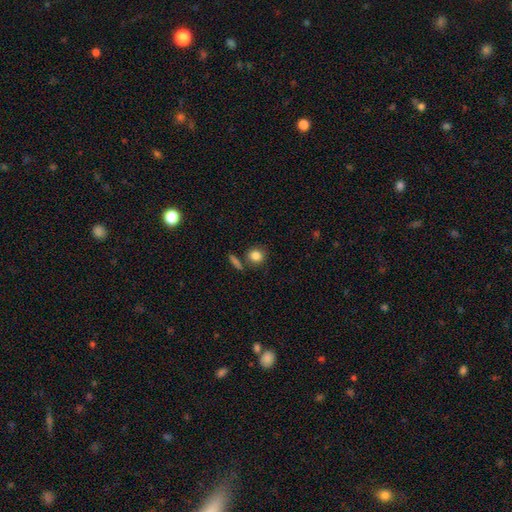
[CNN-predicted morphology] A smooth galaxy with no disk features (84%) that is round (82%). Merging: none (76%).